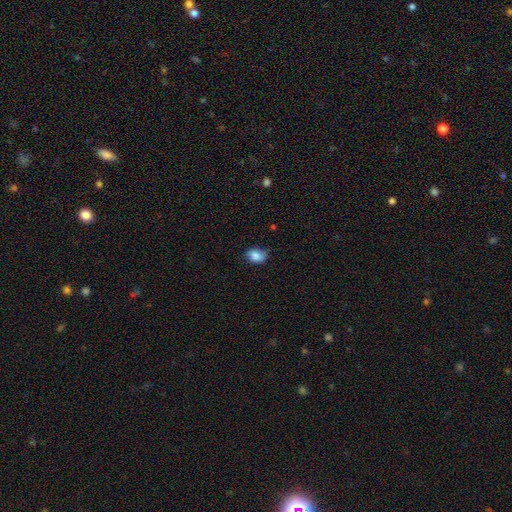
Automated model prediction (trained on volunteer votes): Smooth or featured: smooth — 84% (featured or disk — 8%)
How rounded: in between — 71% (round — 28%)
Merging: none — 69% (minor disturbance — 25%)